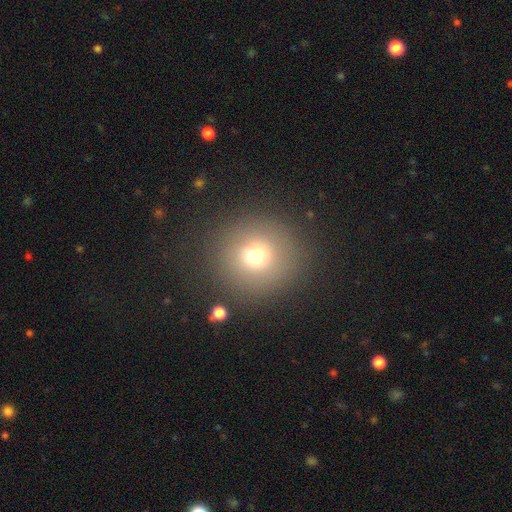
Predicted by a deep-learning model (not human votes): Overall: smooth (71%). How rounded: round (92%). Merging: none (86%).